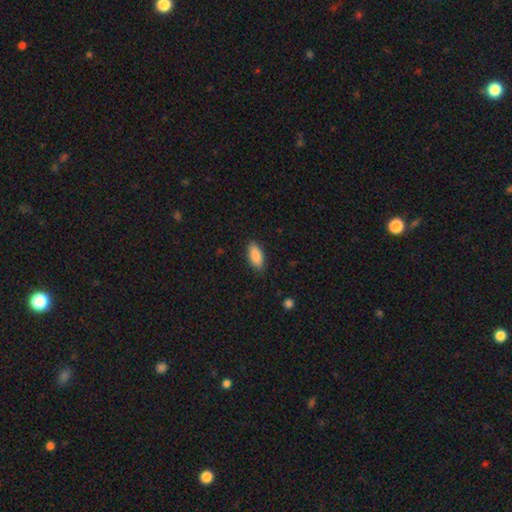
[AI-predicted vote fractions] Q: Smooth or featured?
A: smooth (89%); runner-up: star or artifact (6%)
Q: How rounded?
A: in between (88%); runner-up: cigar-shaped (10%)
Q: Merging?
A: none (86%); runner-up: minor disturbance (10%)